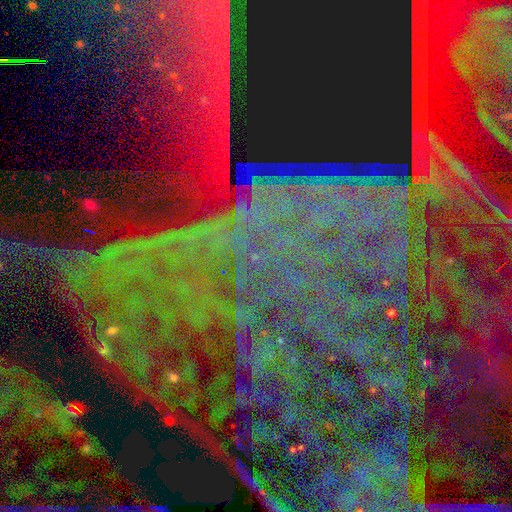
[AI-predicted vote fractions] This appears to be a star or artifact, not a galaxy (86%).